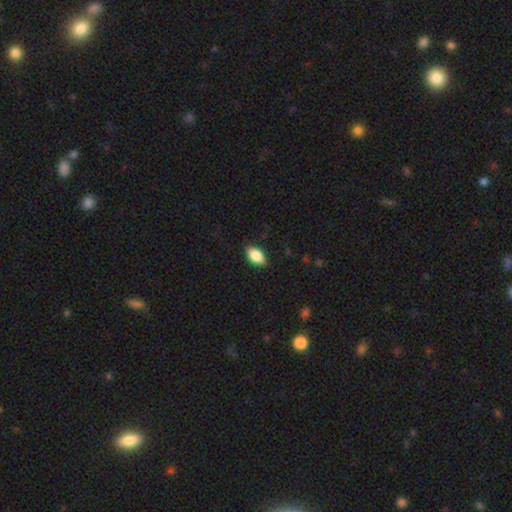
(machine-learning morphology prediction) type=smooth (86%); roundness=in between (92%); merging=none (84%).